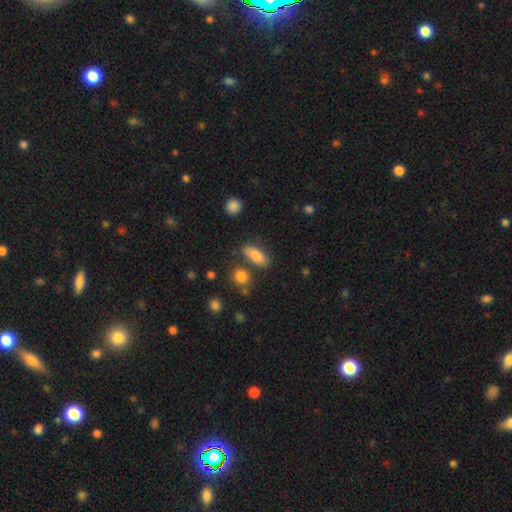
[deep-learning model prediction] Morphology: type=smooth (79%); roundness=in between (75%); merging=none (74%).